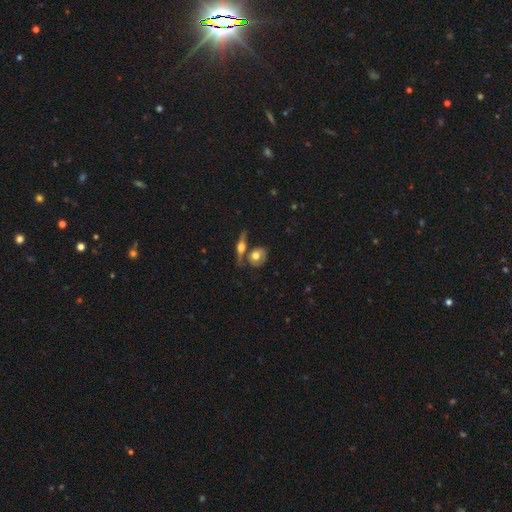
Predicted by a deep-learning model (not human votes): This is possibly a smooth galaxy (56%). How rounded: possibly in between (54%). Merging: possibly none (51%).